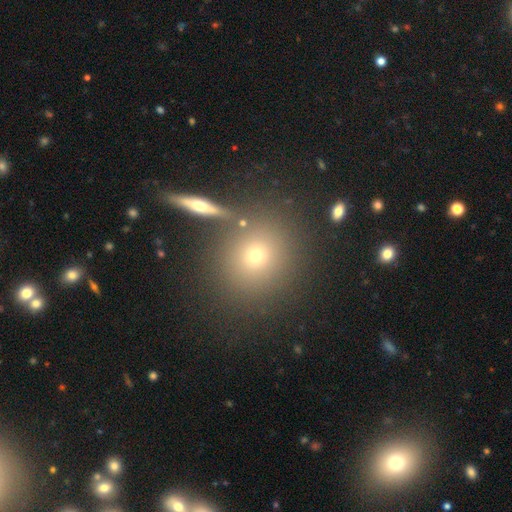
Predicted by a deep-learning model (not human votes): smooth 70%, star or artifact 15%, featured or disk 15%. Down the decision tree: how rounded — round (82%); merging — none (78%).